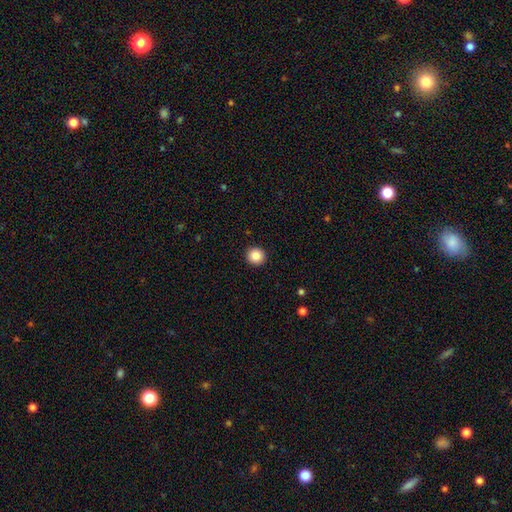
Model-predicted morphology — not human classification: smooth_or_featured: smooth (p=0.86) [alt: star or artifact p=0.09]
how_rounded: round (p=0.93) [alt: in between p=0.06]
merging: none (p=0.93) [alt: minor disturbance p=0.04]